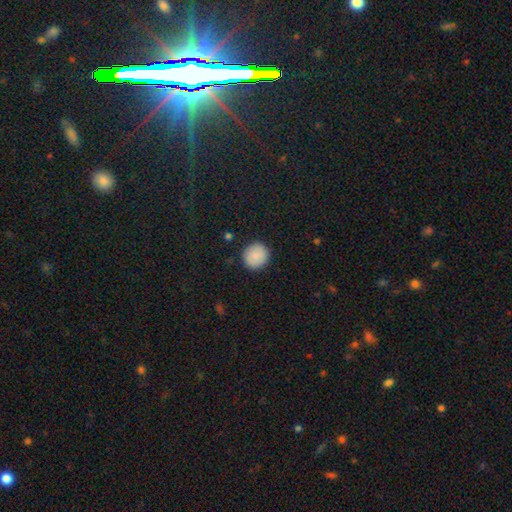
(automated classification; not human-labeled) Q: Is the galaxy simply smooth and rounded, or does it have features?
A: smooth — 85%.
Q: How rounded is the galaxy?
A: round — 92%.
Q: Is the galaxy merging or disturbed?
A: none — 91%.